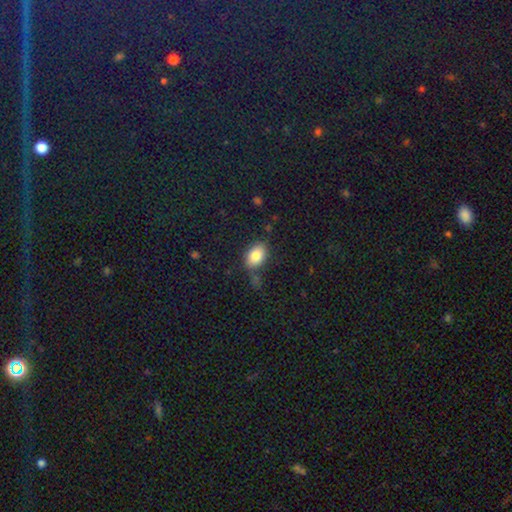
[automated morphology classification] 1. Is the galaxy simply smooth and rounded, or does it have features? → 83% smooth, 9% featured or disk, 8% star or artifact.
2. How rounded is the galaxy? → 83% in between, 16% round, 1% cigar-shaped.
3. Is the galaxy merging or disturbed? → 73% none, 16% minor disturbance, 6% merger, 5% major disturbance.